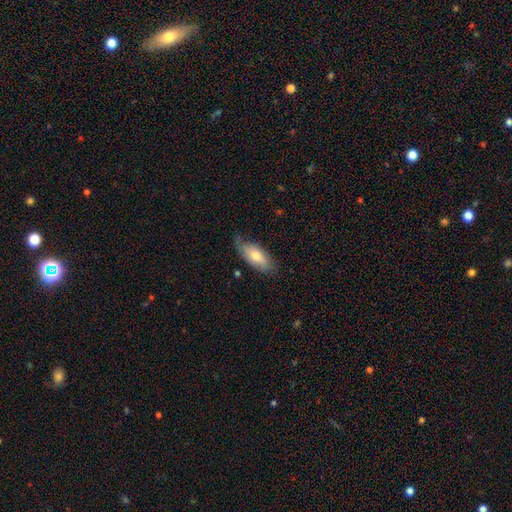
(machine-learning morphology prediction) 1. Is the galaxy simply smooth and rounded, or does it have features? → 68% smooth, 26% featured or disk, 6% star or artifact.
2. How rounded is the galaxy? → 80% in between, 18% cigar-shaped, 2% round.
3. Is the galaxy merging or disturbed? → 64% none, 28% minor disturbance, 6% major disturbance, 2% merger.